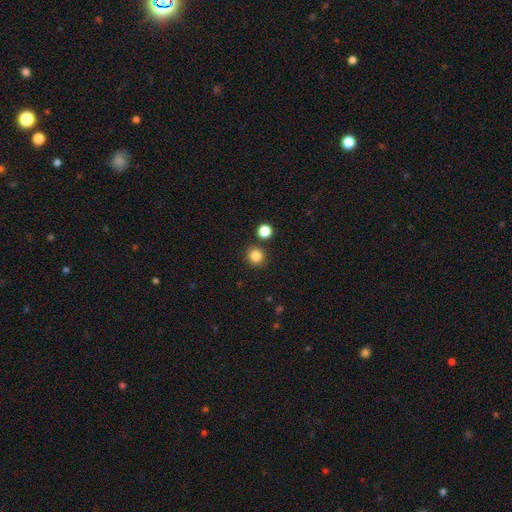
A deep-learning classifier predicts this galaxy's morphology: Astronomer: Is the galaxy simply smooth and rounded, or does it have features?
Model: smooth — 85%.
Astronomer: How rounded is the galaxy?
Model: round — 93%.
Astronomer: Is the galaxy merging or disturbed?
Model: none — 87%.